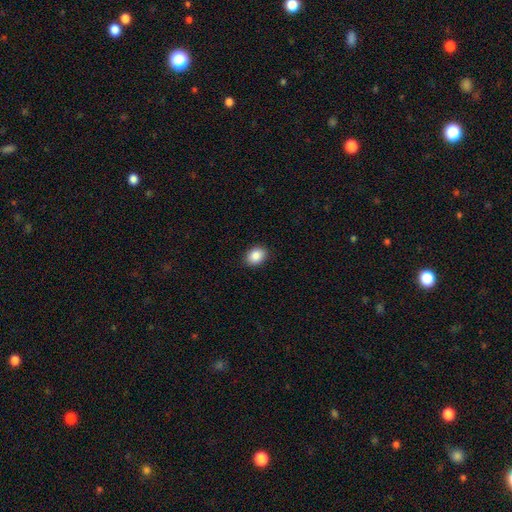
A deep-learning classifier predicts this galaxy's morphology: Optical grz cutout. It shows a smooth galaxy with no disk features (87%) that is in between round and cigar-shaped (65%). Merging: none (90%).